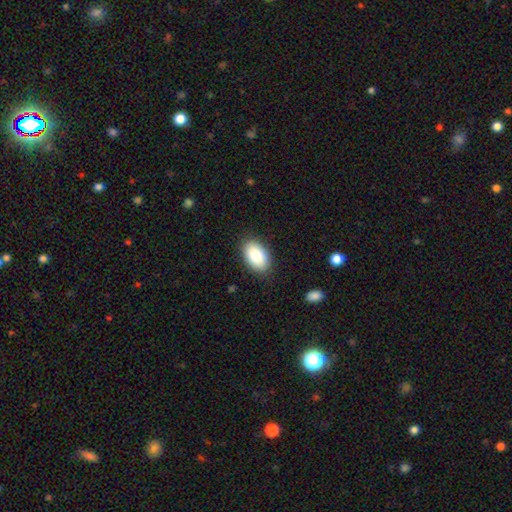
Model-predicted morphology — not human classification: smooth 86%, featured or disk 8%, star or artifact 6%. Down the decision tree: how rounded — in between (92%); merging — none (86%).